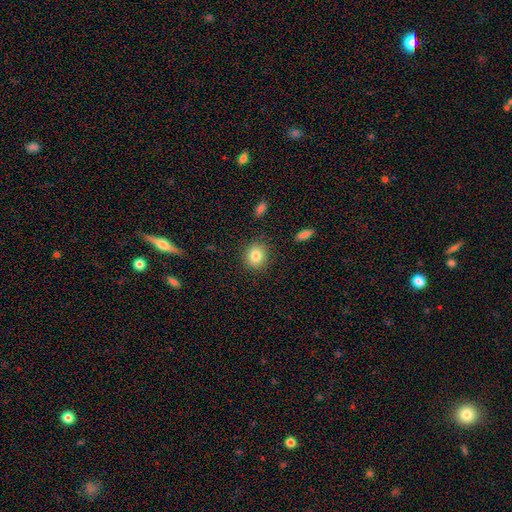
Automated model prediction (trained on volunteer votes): Smooth or featured? Predicted: smooth (p=0.83). How rounded? Predicted: round (p=0.83). Merging? Predicted: none (p=0.87).